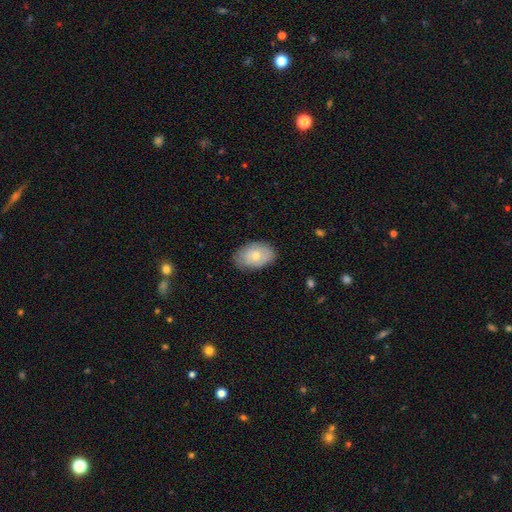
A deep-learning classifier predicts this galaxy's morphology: This is likely a smooth galaxy (69%). How rounded: clearly in between (88%). Merging: likely none (77%).